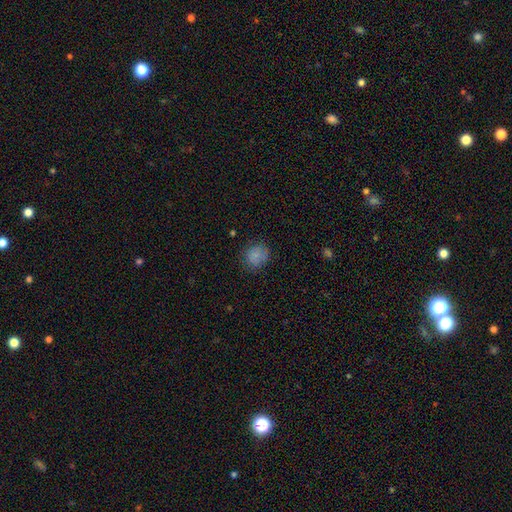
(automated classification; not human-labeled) Overall: smooth (80%). How rounded: round (76%). Merging: none (77%).